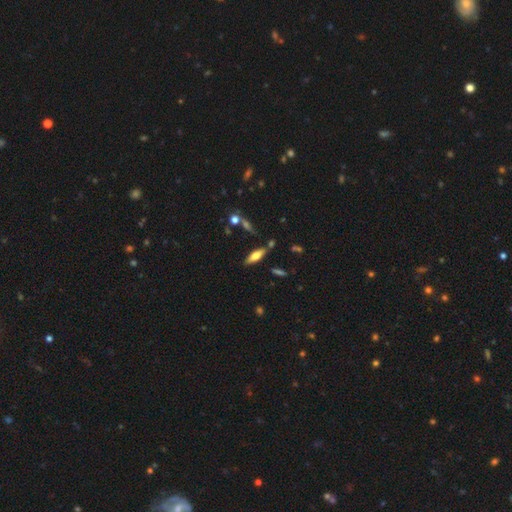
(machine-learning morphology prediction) type=smooth (55%); roundness=in between (55%); merging=none (79%).